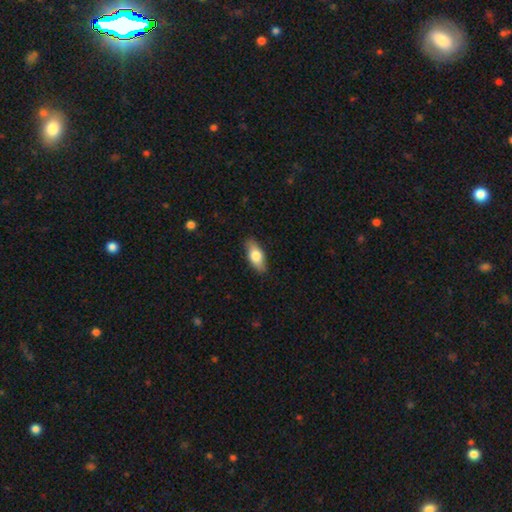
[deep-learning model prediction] The model was most divided on "smooth or featured": smooth: 73%, featured or disk: 21%, star or artifact: 6%. More confident: merging — none (87%); how rounded — in between (82%).